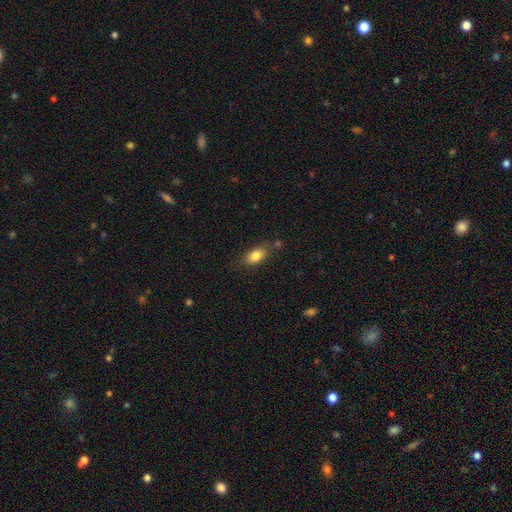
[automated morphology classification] The model was most divided on "merging": none: 74%, minor disturbance: 16%, merger: 5%, major disturbance: 4%. More confident: how rounded — in between (87%); smooth or featured — smooth (82%).